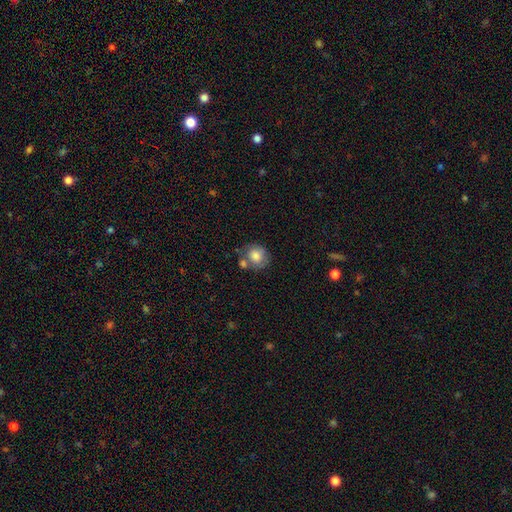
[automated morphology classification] type=smooth (78%); roundness=round (76%); merging=none (55%).